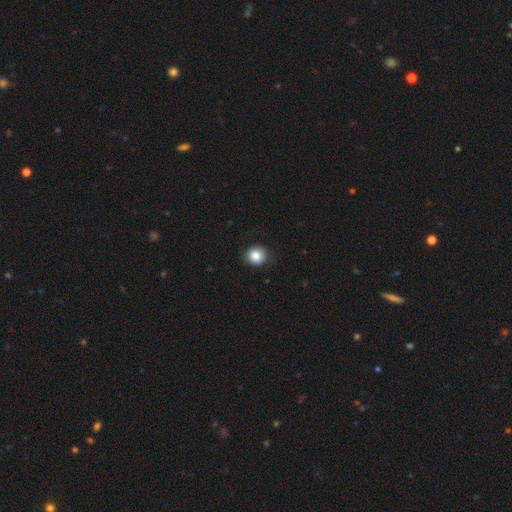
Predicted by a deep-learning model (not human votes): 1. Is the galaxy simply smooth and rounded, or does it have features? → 86% smooth, 9% star or artifact, 5% featured or disk.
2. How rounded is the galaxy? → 92% round, 7% in between, 1% cigar-shaped.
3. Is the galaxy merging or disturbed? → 89% none, 8% minor disturbance, 2% major disturbance, 1% merger.